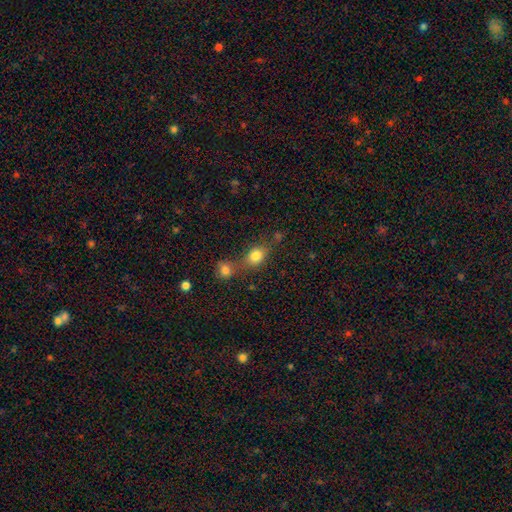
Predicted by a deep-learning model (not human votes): smooth-or-featured: smooth: 81% | star or artifact: 11% | featured or disk: 8%
  how-rounded: round: 53% | in between: 45% | cigar-shaped: 2%
  merging: none: 47% | merger: 37% | minor disturbance: 11% | major disturbance: 5%